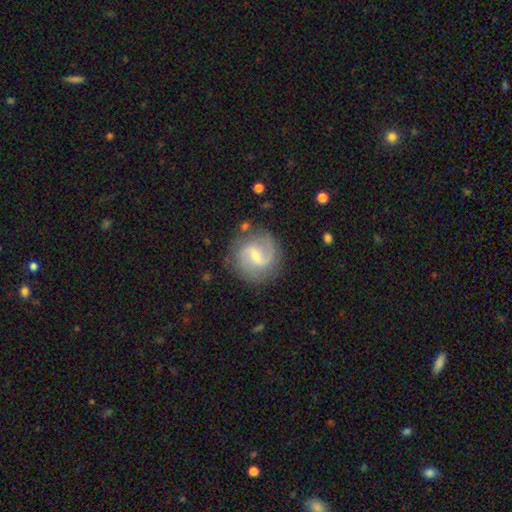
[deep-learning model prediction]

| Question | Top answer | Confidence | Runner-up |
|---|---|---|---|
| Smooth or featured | featured or disk | 81% | smooth (13%) |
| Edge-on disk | no | 98% | yes (2%) |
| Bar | weak | 57% | no (24%) |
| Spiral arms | yes | 95% | no (5%) |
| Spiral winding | medium | 49% | loose (35%) |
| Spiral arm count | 2 | 85% | can't tell (5%) |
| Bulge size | small | 66% | moderate (28%) |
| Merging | none | 81% | minor disturbance (12%) |